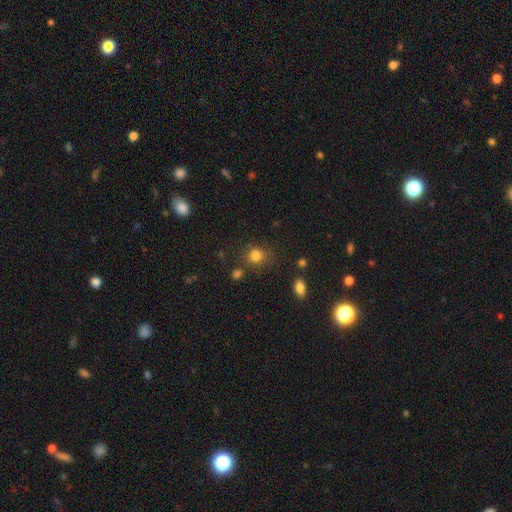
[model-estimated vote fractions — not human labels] This appears to be a smooth galaxy with no disk features (80%) that is round (71%). Merging: none (70%).